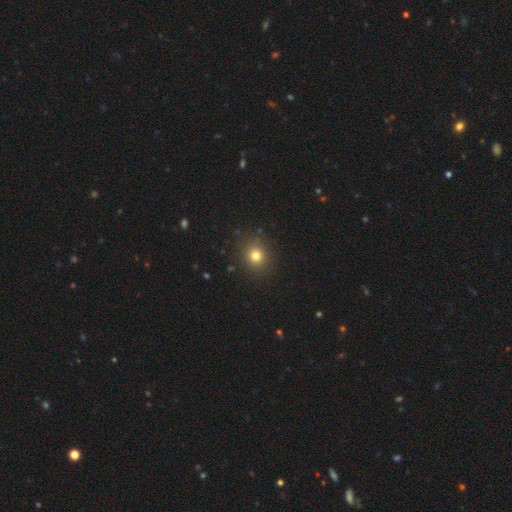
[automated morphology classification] Smooth or featured? smooth (78%)
How rounded? round (83%)
Merging? none (87%)